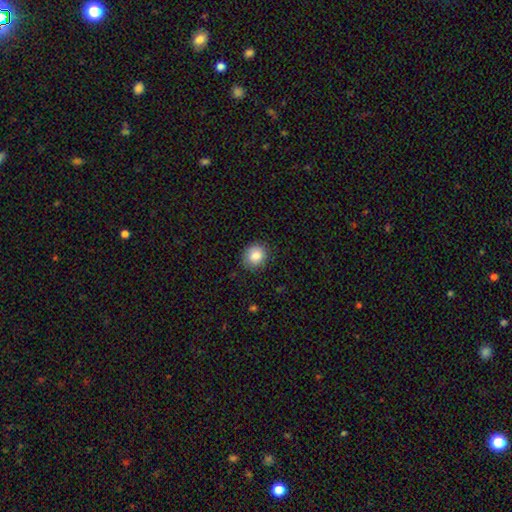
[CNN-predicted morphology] smooth-or-featured: smooth: 84% | star or artifact: 9% | featured or disk: 7%
  how-rounded: round: 82% | in between: 17% | cigar-shaped: 1%
  merging: none: 87% | minor disturbance: 10% | major disturbance: 2% | merger: 1%